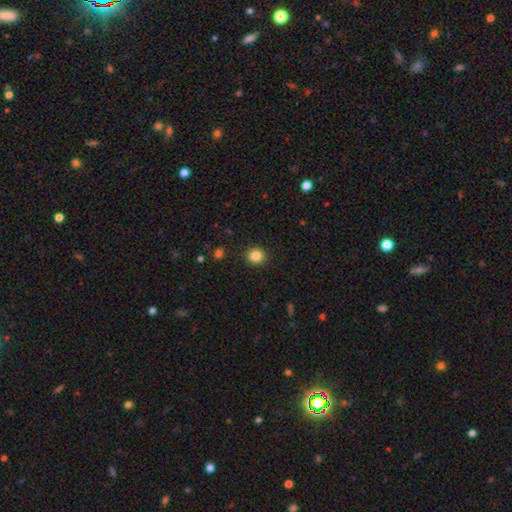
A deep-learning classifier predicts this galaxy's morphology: Smooth or featured: smooth — 85% (star or artifact — 11%)
How rounded: round — 89% (in between — 10%)
Merging: none — 91% (minor disturbance — 6%)